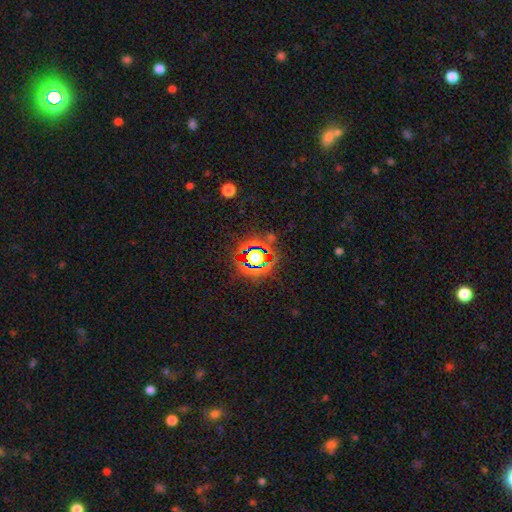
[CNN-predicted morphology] The model was most divided on "smooth or featured": star or artifact: 67%, smooth: 21%, featured or disk: 12%.